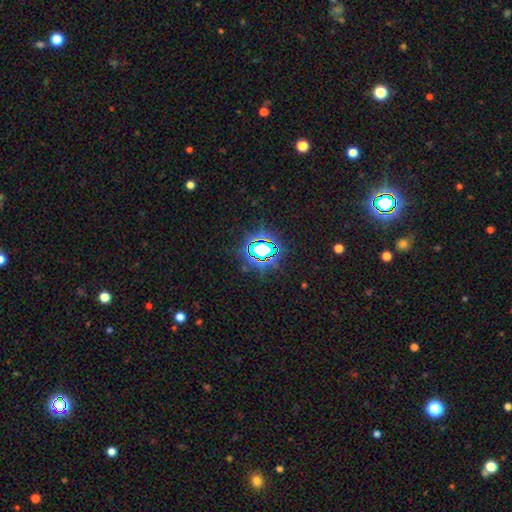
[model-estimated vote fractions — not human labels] This appears to be a star or artifact, not a galaxy (76%).